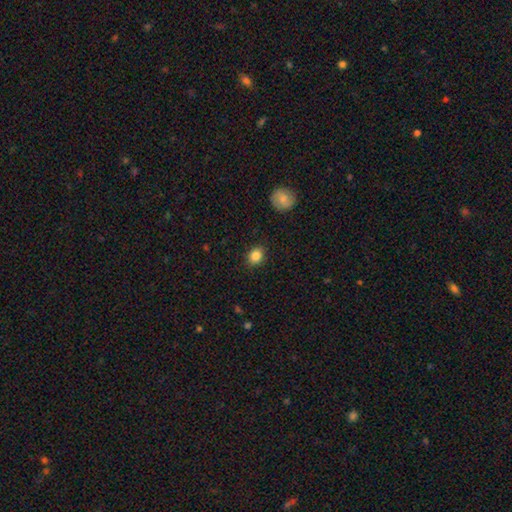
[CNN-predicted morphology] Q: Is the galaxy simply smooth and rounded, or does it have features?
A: smooth — 85%.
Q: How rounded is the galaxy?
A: round — 62%.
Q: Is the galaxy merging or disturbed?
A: none — 88%.